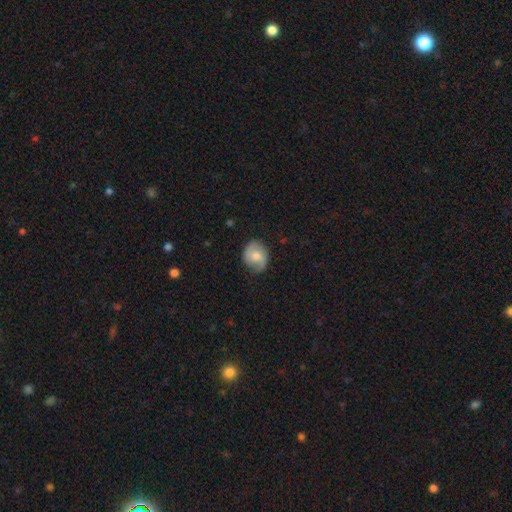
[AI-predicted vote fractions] smooth_or_featured: smooth (p=0.49) [alt: featured or disk p=0.44]
merging: none (p=0.73) [alt: minor disturbance p=0.21]